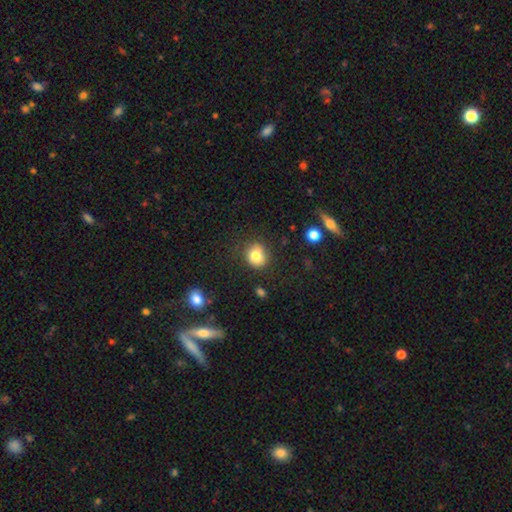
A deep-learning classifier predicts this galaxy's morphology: type=smooth (79%); roundness=round (77%); merging=none (80%).